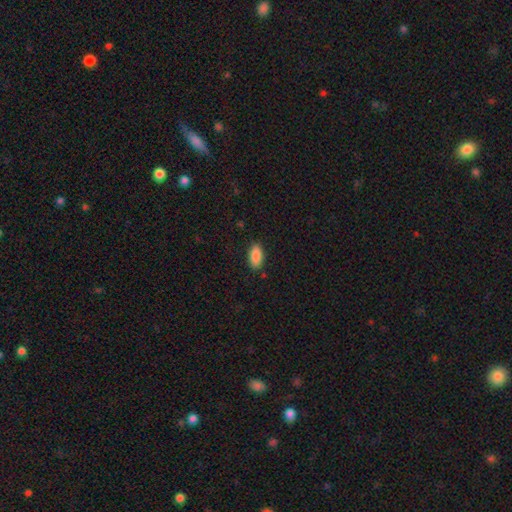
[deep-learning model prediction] smooth-or-featured: smooth: 88% | star or artifact: 7% | featured or disk: 5%
  how-rounded: in between: 89% | cigar-shaped: 9% | round: 2%
  merging: none: 87% | minor disturbance: 9% | major disturbance: 2% | merger: 1%